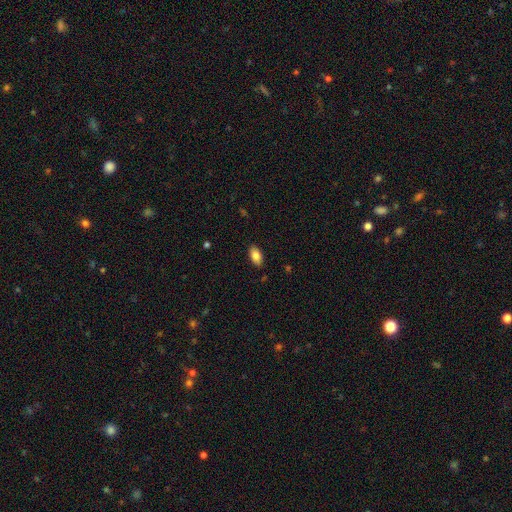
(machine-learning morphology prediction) Smooth or featured: smooth — 85% (star or artifact — 7%)
How rounded: in between — 93% (round — 4%)
Merging: none — 87% (minor disturbance — 10%)